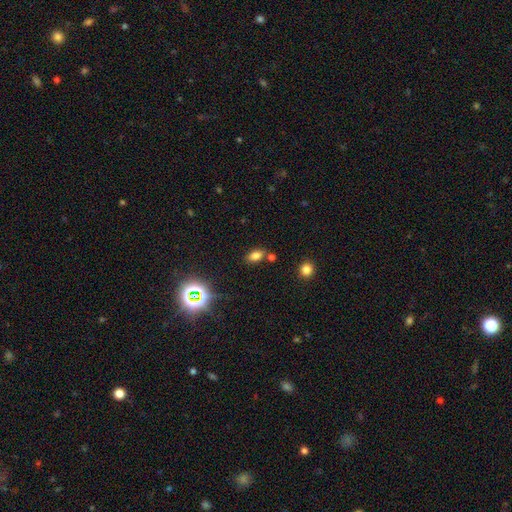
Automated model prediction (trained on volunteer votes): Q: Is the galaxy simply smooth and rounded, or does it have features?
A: smooth — 75%.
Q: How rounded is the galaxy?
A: in between — 86%.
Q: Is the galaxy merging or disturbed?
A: none — 72%.